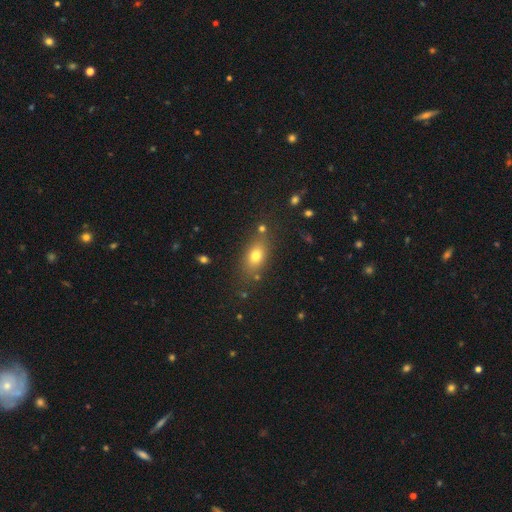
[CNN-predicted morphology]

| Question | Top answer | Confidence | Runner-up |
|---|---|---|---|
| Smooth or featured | smooth | 75% | featured or disk (13%) |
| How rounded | in between | 77% | round (16%) |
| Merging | none | 76% | minor disturbance (13%) |